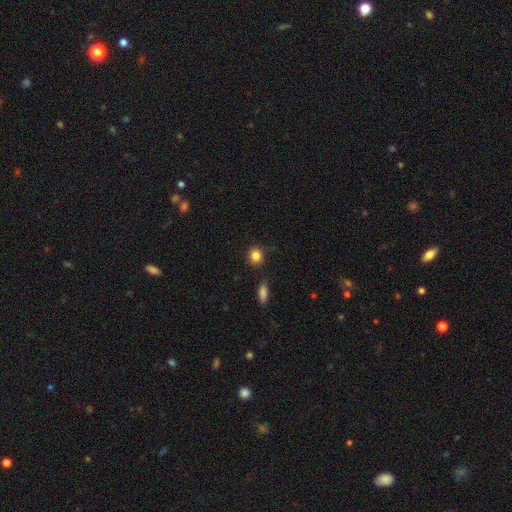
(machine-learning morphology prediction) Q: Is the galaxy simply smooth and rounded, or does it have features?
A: smooth — 86%.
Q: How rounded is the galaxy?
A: round — 75%.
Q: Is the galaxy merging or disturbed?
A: none — 82%.